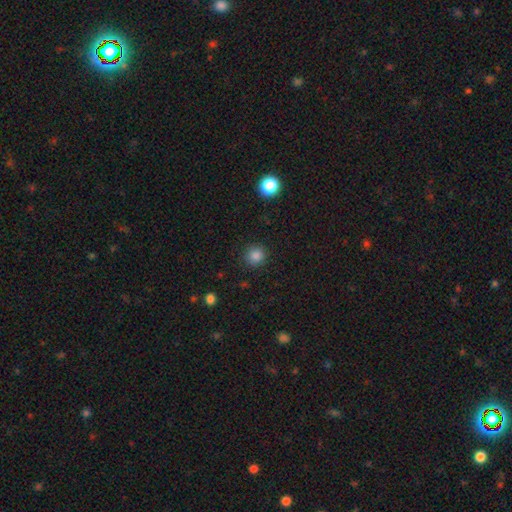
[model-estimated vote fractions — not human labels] Q: Smooth or featured?
A: smooth (85%); runner-up: star or artifact (11%)
Q: How rounded?
A: round (89%); runner-up: in between (10%)
Q: Merging?
A: none (89%); runner-up: minor disturbance (7%)